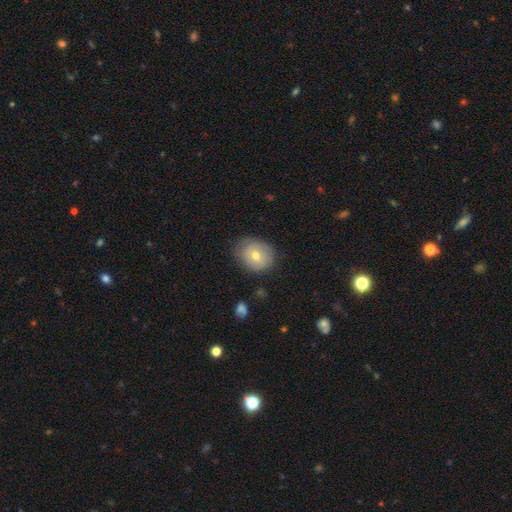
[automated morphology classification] smooth-or-featured: smooth: 65% | featured or disk: 26% | star or artifact: 9%
  how-rounded: round: 64% | in between: 35% | cigar-shaped: 1%
  merging: none: 73% | minor disturbance: 21% | major disturbance: 5% | merger: 1%